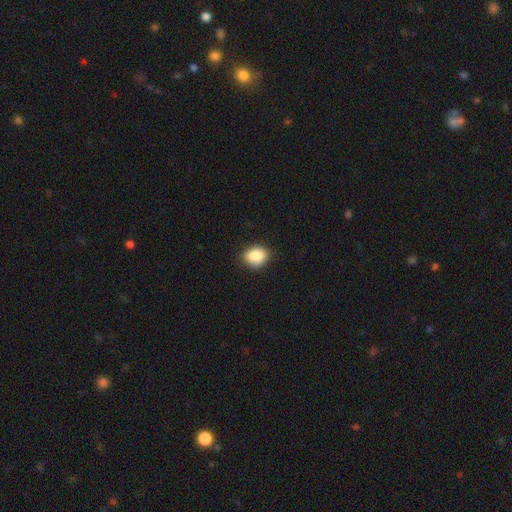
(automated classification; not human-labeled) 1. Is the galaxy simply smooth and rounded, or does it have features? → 87% smooth, 9% star or artifact, 5% featured or disk.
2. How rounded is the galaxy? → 53% in between, 46% round, 1% cigar-shaped.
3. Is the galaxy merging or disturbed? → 83% none, 14% minor disturbance, 3% major disturbance, 1% merger.